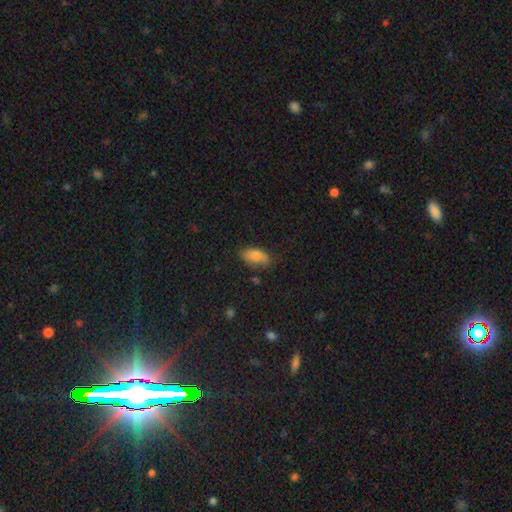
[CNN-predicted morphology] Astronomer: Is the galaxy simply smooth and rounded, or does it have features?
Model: smooth — 85%.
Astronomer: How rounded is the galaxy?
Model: in between — 91%.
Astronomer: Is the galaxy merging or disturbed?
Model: none — 72%.